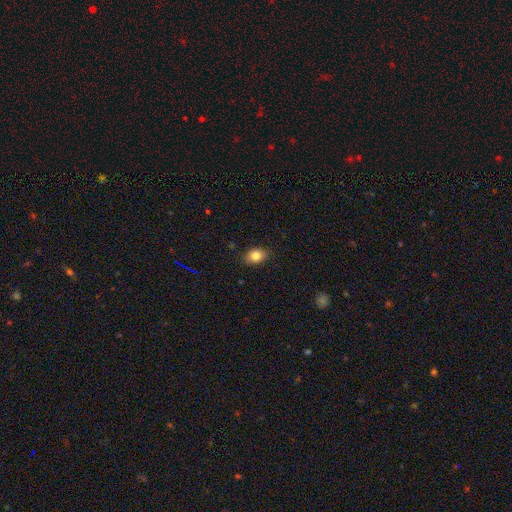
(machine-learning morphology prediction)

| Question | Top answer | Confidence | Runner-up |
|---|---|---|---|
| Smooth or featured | smooth | 83% | star or artifact (10%) |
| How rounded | in between | 72% | round (26%) |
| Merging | none | 85% | minor disturbance (11%) |